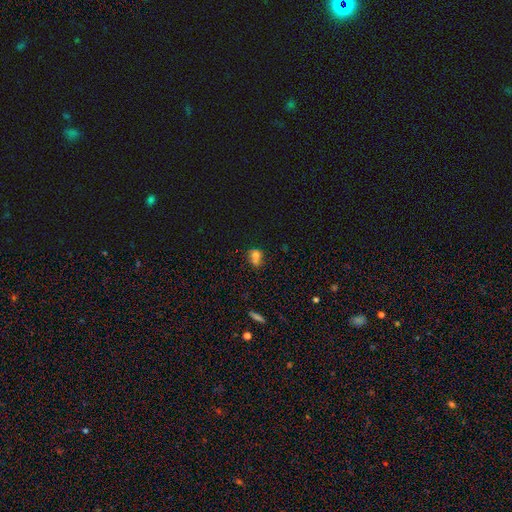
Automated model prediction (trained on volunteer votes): smooth-or-featured: smooth: 70% | featured or disk: 16% | star or artifact: 14%
  how-rounded: round: 60% | in between: 38% | cigar-shaped: 2%
  merging: merger: 43% | none: 35% | minor disturbance: 15% | major disturbance: 7%